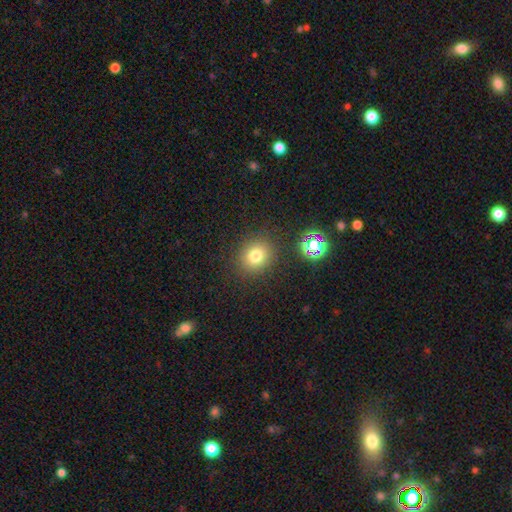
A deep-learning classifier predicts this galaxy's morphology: Overall: smooth (76%). How rounded: round (78%). Merging: none (86%).